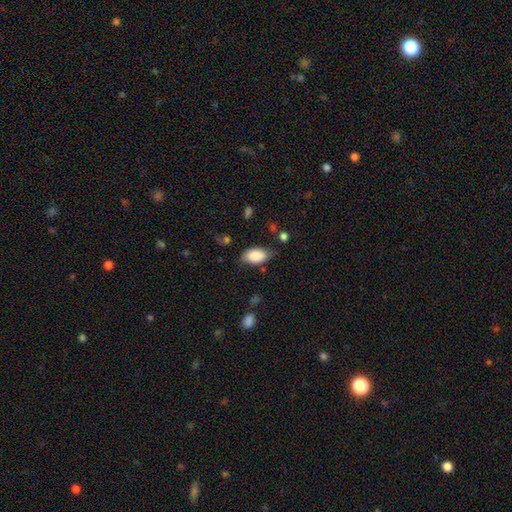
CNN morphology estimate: This appears to be a smooth galaxy with no disk features (86%) that is in between round and cigar-shaped (94%). Merging: none (68%).